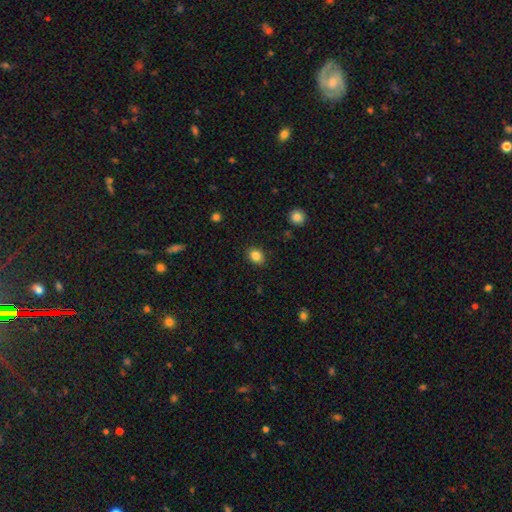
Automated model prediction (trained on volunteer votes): The model was most divided on "how rounded": in between: 55%, round: 44%, cigar-shaped: 1%. More confident: merging — none (87%); smooth or featured — smooth (85%).